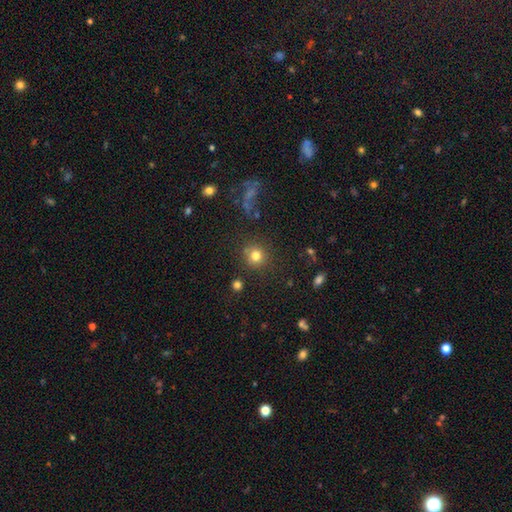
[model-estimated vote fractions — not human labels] Overall: smooth (78%). How rounded: round (91%). Merging: none (83%).